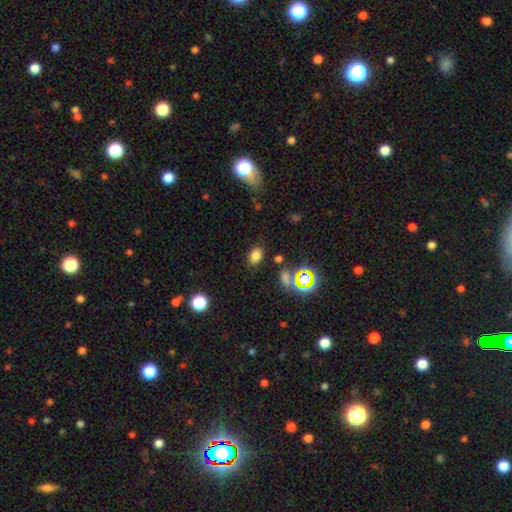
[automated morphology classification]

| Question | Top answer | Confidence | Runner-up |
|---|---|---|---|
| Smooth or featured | smooth | 75% | star or artifact (18%) |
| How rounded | in between | 78% | round (21%) |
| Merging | none | 81% | minor disturbance (11%) |